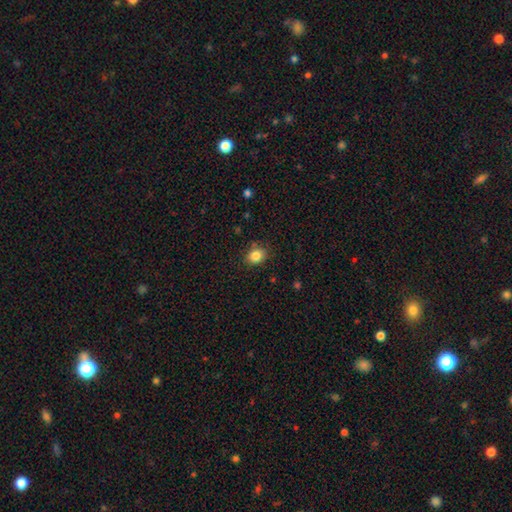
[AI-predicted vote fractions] smooth 84%, star or artifact 10%, featured or disk 5%. Down the decision tree: how rounded — round (52%); merging — none (83%).